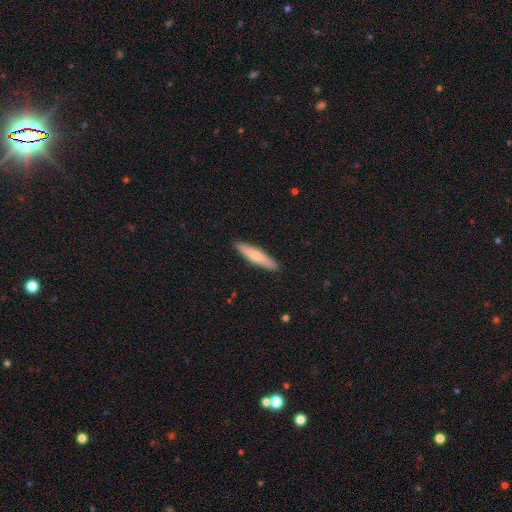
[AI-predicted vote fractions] The model was most divided on "smooth or featured": smooth: 72%, featured or disk: 22%, star or artifact: 5%. More confident: merging — none (91%); how rounded — cigar-shaped (87%).